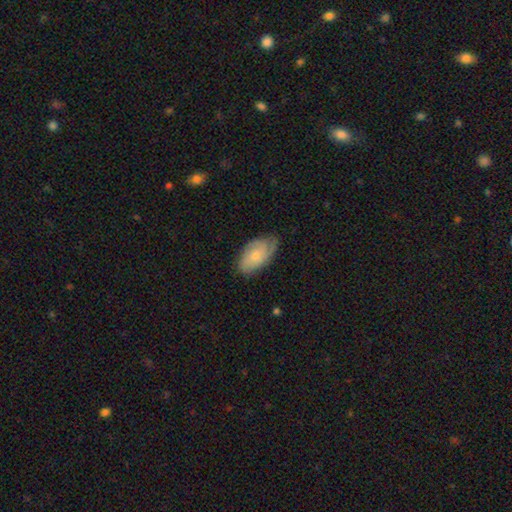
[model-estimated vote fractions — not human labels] smooth 50%, featured or disk 44%, star or artifact 6%. Down the decision tree: merging — none (65%).